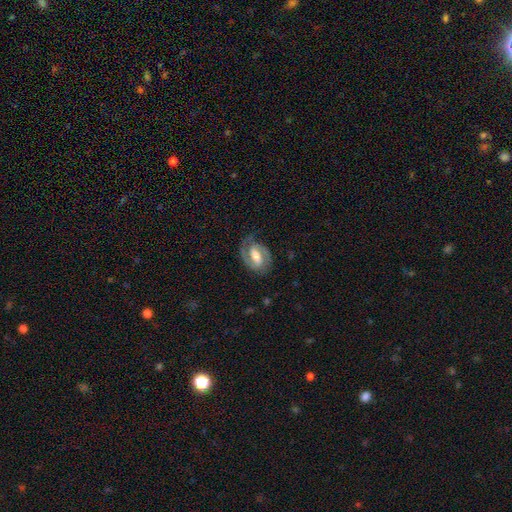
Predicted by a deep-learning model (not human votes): A featured or disk galaxy (86%) with a strong bar (42%, tied with weak), 2 (90%) medium (48%) spiral arms (95%) and a moderate central bulge (59%).

Vote fractions:
- Smooth or featured? featured or disk: 86% / smooth: 10% / star or artifact: 5%
- Edge-on disk? no: 97% / yes: 3%
- Bar? strong: 42% (tied) / weak: 42% (tied) / no: 15%
- Spiral arms? yes: 95% / no: 5%
- Spiral winding? medium: 48% / tight: 42% / loose: 10%
- Spiral arm count? 2: 90% / 1: 3% / can't tell: 3% / 3: 1% / 4: 1% / more than 4: 1%
- Bulge size? moderate: 59% / small: 21% / large: 15% / none: 4% / dominant: 2%
- Merging? none: 79% / minor disturbance: 14% / major disturbance: 6% / merger: 1%